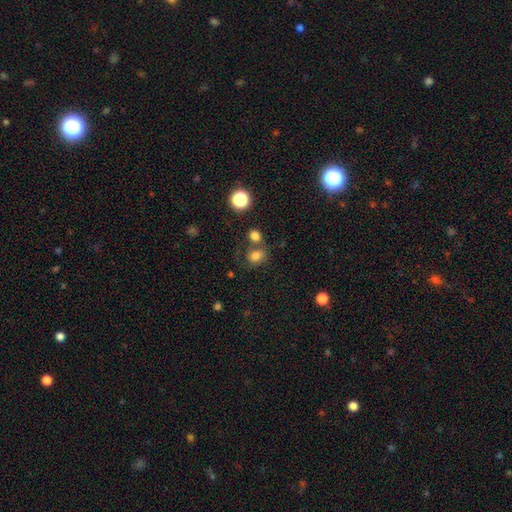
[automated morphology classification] type=smooth (77%); roundness=round (56%); merging=none (51%).